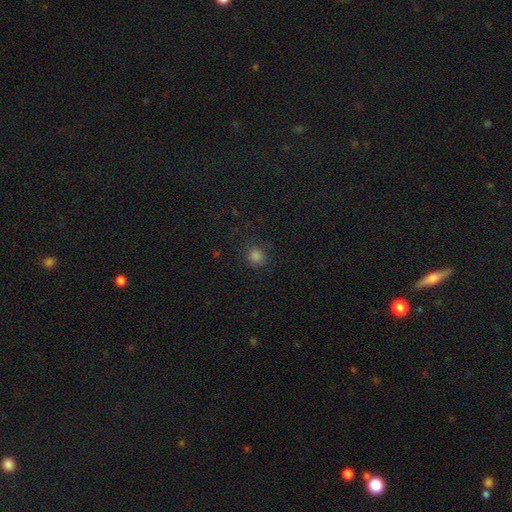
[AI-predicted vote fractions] smooth_or_featured: smooth (p=0.80) [alt: star or artifact p=0.16]
how_rounded: round (p=0.92) [alt: in between p=0.07]
merging: none (p=0.85) [alt: minor disturbance p=0.10]